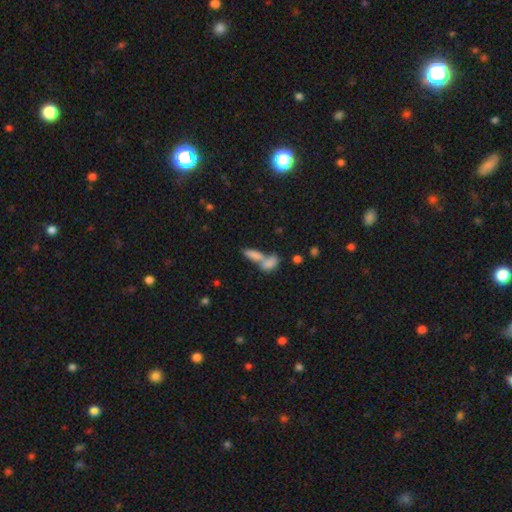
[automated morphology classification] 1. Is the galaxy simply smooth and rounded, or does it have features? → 70% smooth, 15% featured or disk, 14% star or artifact.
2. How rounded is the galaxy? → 68% in between, 25% cigar-shaped, 6% round.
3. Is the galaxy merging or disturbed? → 65% merger, 25% none, 6% minor disturbance, 4% major disturbance.